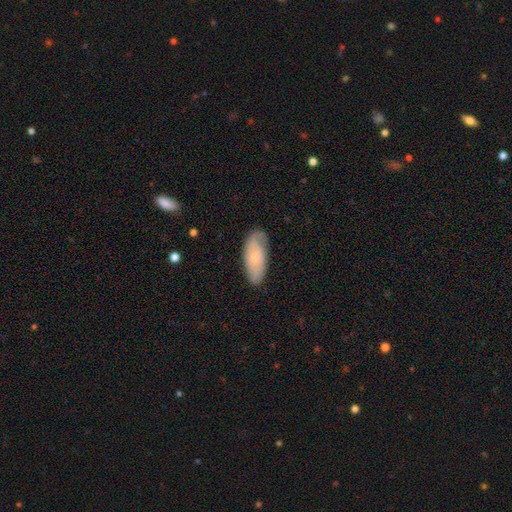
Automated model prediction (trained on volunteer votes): Smooth or featured?
  - smooth: 55% *
  - featured or disk: 39%
  - star or artifact: 7%
How rounded?
  - in between: 83% *
  - cigar-shaped: 15%
  - round: 2%
Merging?
  - none: 72% *
  - minor disturbance: 21%
  - major disturbance: 5%
  - merger: 1%